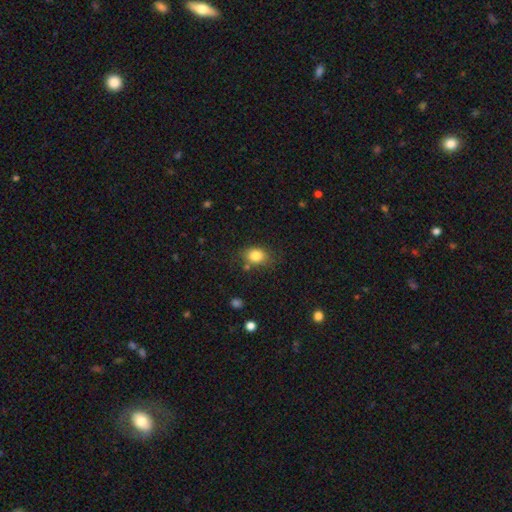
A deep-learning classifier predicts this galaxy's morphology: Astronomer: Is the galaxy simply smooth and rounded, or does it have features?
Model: smooth — 83%.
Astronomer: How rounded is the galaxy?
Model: in between — 59% (runner-up: round, 40%).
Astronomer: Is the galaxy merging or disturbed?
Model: none — 73%.